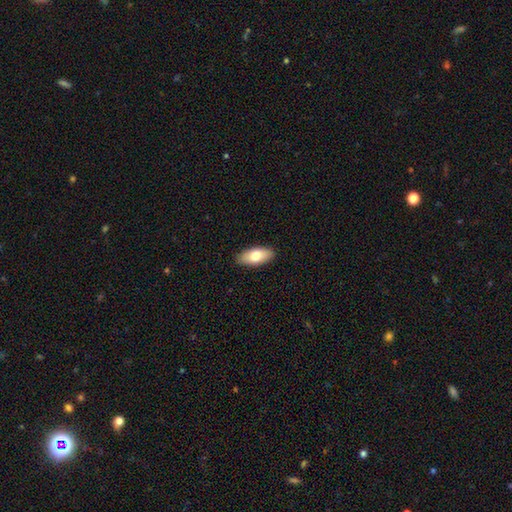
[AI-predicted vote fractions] Smooth or featured: smooth — 76% (featured or disk — 18%)
How rounded: in between — 88% (cigar-shaped — 10%)
Merging: none — 89% (minor disturbance — 8%)